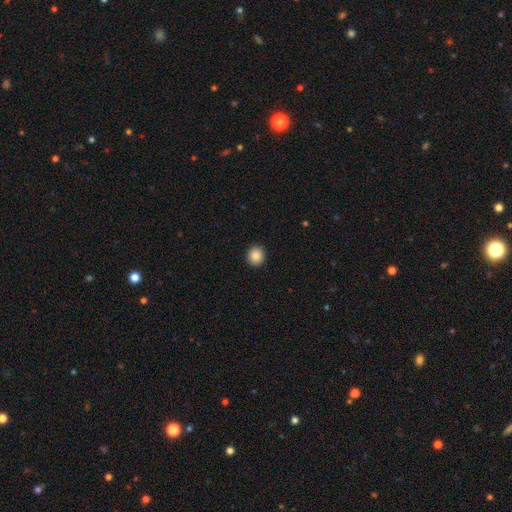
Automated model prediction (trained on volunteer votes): Smooth or featured? smooth (88%)
How rounded? round (85%)
Merging? none (92%)